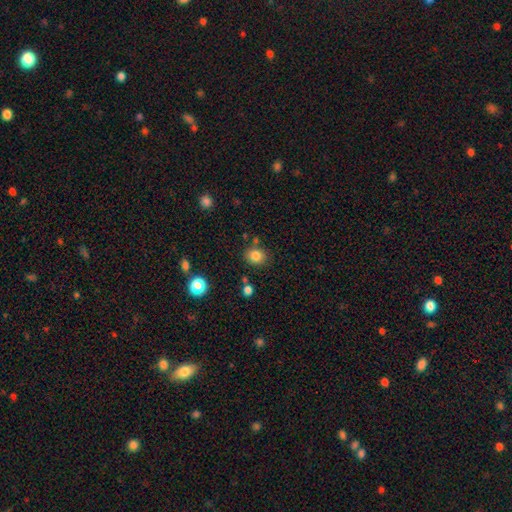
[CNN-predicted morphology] This is clearly a smooth galaxy (82%). How rounded: likely round (70%). Merging: clearly none (81%).